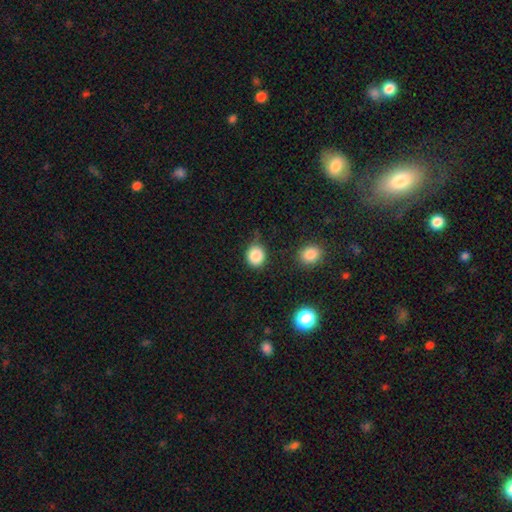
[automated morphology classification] smooth 86%, star or artifact 9%, featured or disk 4%. Down the decision tree: how rounded — round (81%); merging — none (70%).